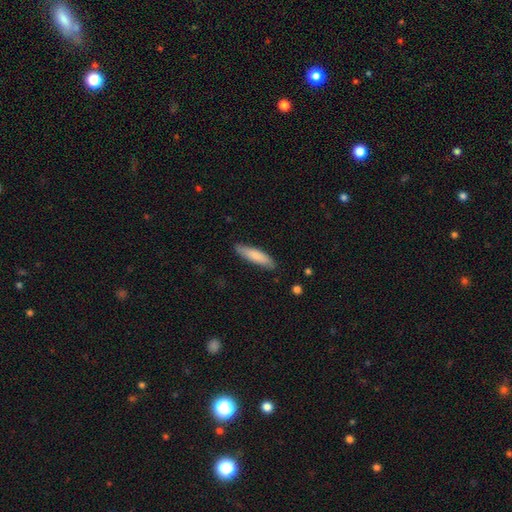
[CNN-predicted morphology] A smooth galaxy with no disk features (79%) that is cigar-shaped (74%).

Vote fractions:
- Smooth or featured? smooth: 79% / featured or disk: 16% / star or artifact: 5%
- How rounded? cigar-shaped: 74% / in between: 25% / round: 1%
- Merging? none: 85% / minor disturbance: 12% / major disturbance: 2% / merger: 1%